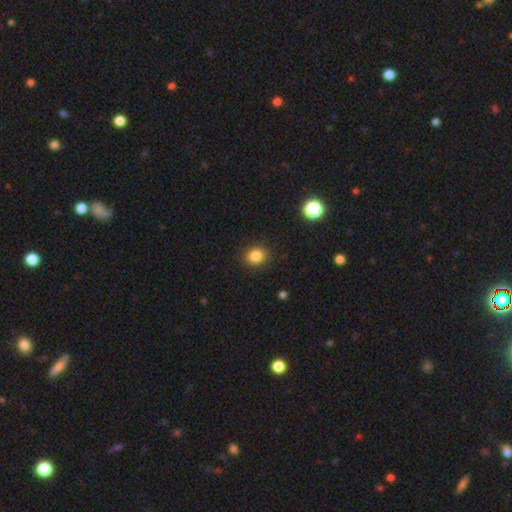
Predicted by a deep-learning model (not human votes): Overall: smooth (84%). How rounded: round (66%; in between 33%). Merging: none (89%).